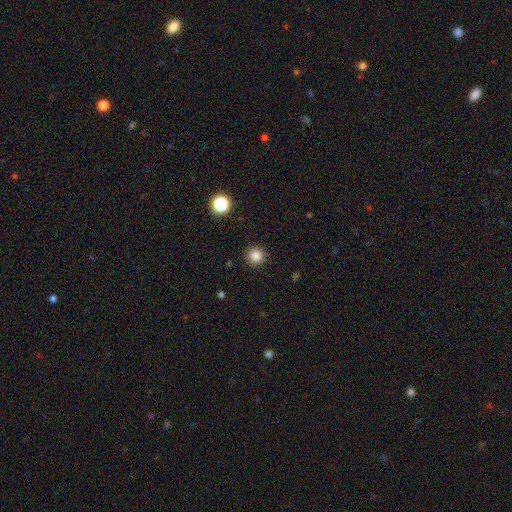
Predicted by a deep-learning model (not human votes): Morphology: type=smooth (85%); roundness=round (94%); merging=none (91%).